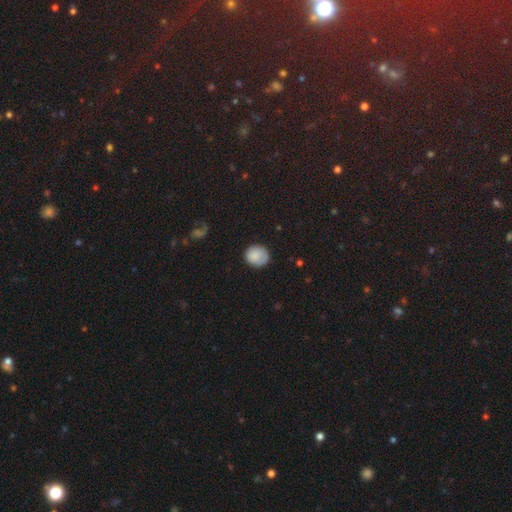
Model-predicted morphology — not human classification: This is clearly a smooth galaxy (84%). How rounded: clearly round (83%). Merging: likely none (77%).